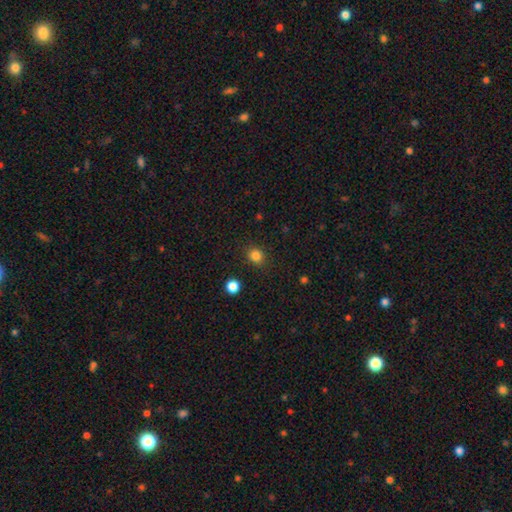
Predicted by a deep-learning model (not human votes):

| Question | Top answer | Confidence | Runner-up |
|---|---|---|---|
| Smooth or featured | smooth | 83% | star or artifact (12%) |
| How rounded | round | 77% | in between (23%) |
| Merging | none | 88% | minor disturbance (8%) |